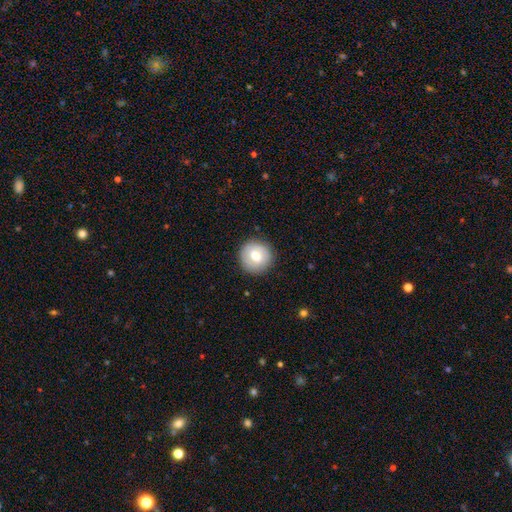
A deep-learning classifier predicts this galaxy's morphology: The model was most divided on "smooth or featured": smooth: 70%, featured or disk: 22%, star or artifact: 8%. More confident: how rounded — round (92%); merging — none (87%).